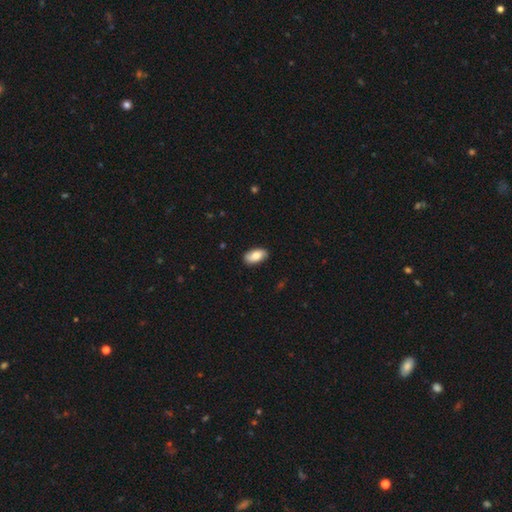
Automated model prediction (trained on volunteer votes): smooth 81%, featured or disk 12%, star or artifact 6%. Down the decision tree: how rounded — in between (93%); merging — none (87%).